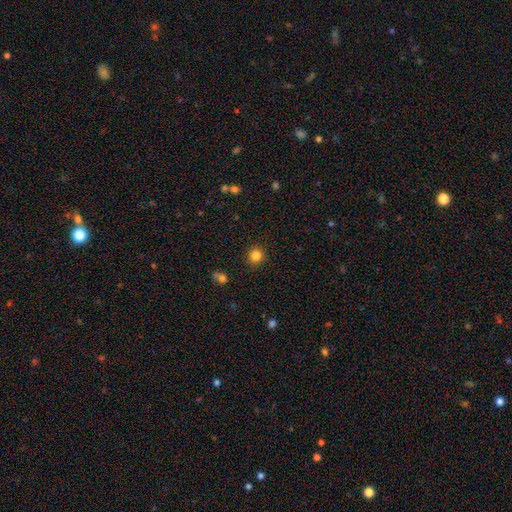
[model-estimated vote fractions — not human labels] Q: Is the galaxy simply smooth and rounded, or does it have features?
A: smooth — 83%.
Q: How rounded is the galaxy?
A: round — 93%.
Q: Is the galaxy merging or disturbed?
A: none — 91%.